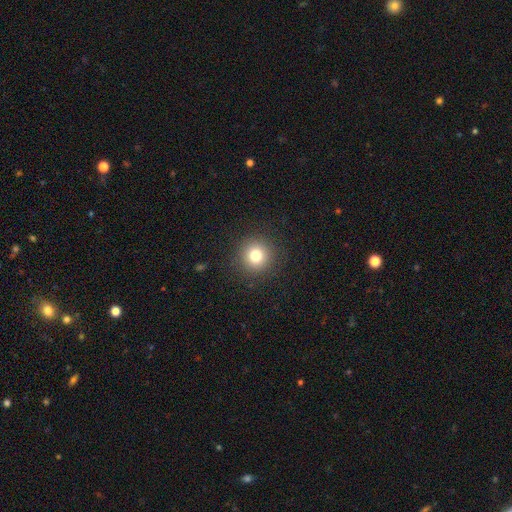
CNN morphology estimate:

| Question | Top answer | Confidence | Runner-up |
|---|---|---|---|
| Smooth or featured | smooth | 79% | star or artifact (13%) |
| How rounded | round | 95% | in between (5%) |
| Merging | none | 91% | minor disturbance (6%) |